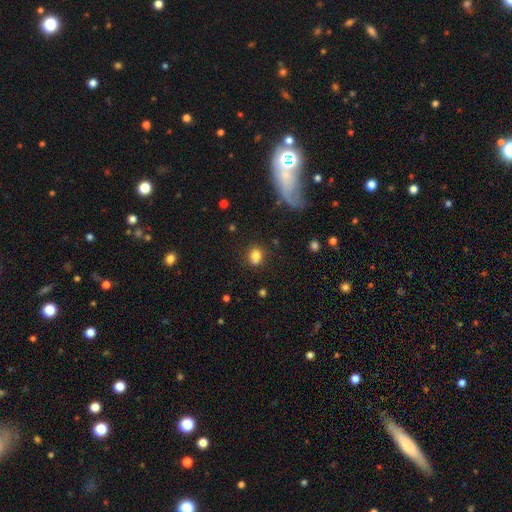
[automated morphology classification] Smooth or featured?
  - smooth: 77% *
  - star or artifact: 13%
  - featured or disk: 10%
How rounded?
  - round: 60% *
  - in between: 38%
  - cigar-shaped: 2%
Merging?
  - none: 59% *
  - merger: 18%
  - minor disturbance: 17%
  - major disturbance: 6%